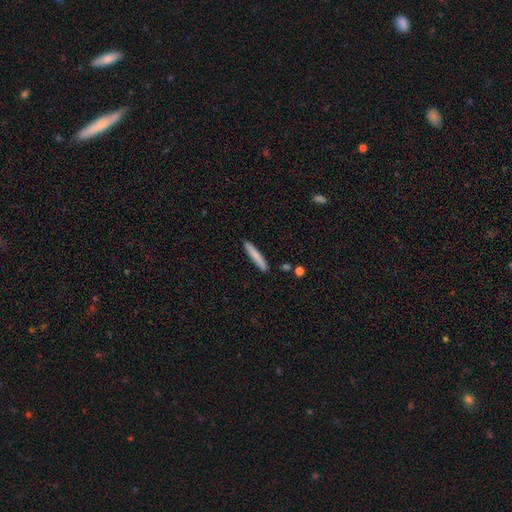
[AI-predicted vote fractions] The model was most divided on "smooth or featured": smooth: 78%, featured or disk: 16%, star or artifact: 6%. More confident: how rounded — cigar-shaped (95%); merging — none (90%).